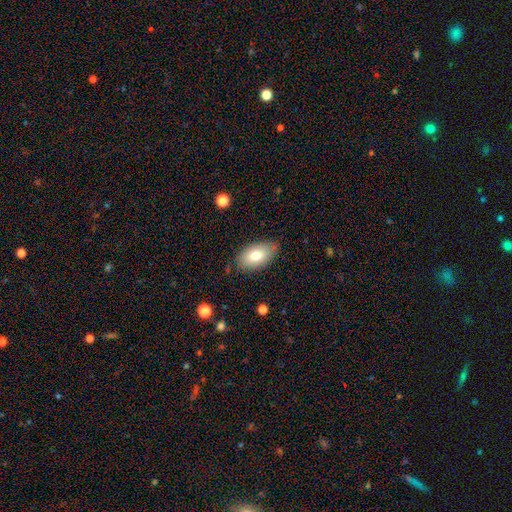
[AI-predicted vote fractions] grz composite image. It shows a smooth galaxy with no disk features (76%) that is in between round and cigar-shaped (93%). Merging: none (80%).